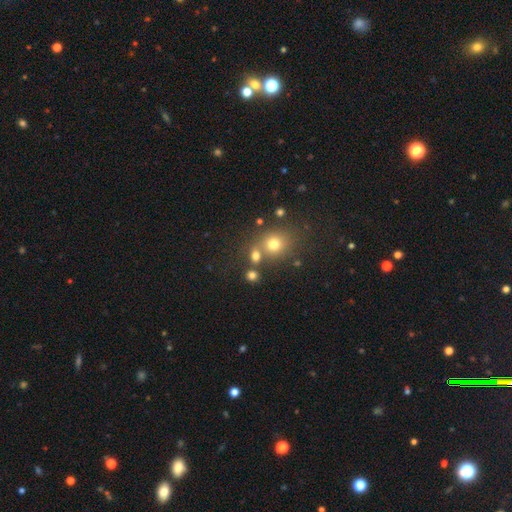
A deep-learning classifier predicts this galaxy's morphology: Smooth or featured? Predicted: smooth (p=0.72). How rounded? Predicted: round (p=0.75). Merging? Predicted: none (p=0.58).